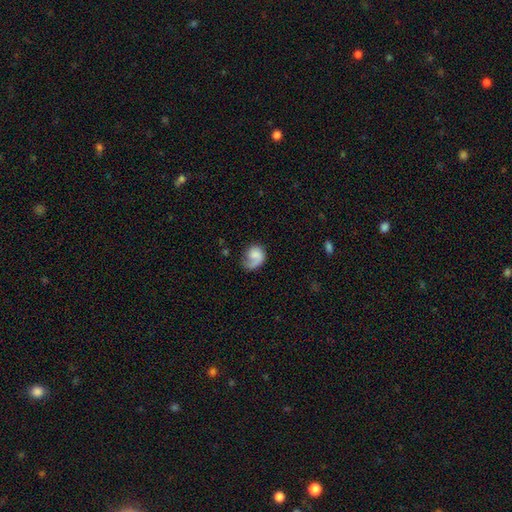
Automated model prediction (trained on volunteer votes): Smooth or featured: featured or disk — 49% (smooth — 42%)
Merging: none — 45% (major disturbance — 31%)